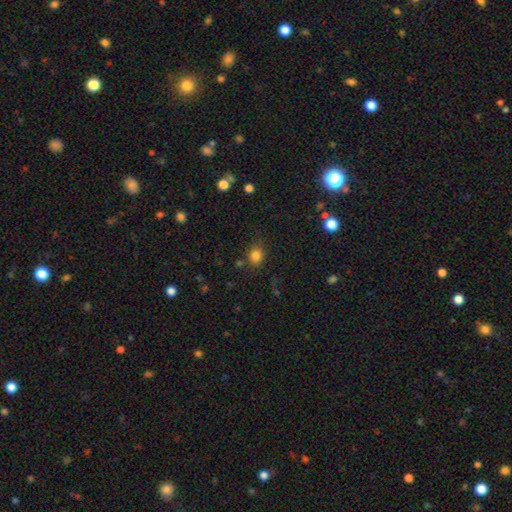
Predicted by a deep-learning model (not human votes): smooth 81%, star or artifact 13%, featured or disk 5%. Down the decision tree: how rounded — round (68%); merging — none (79%).